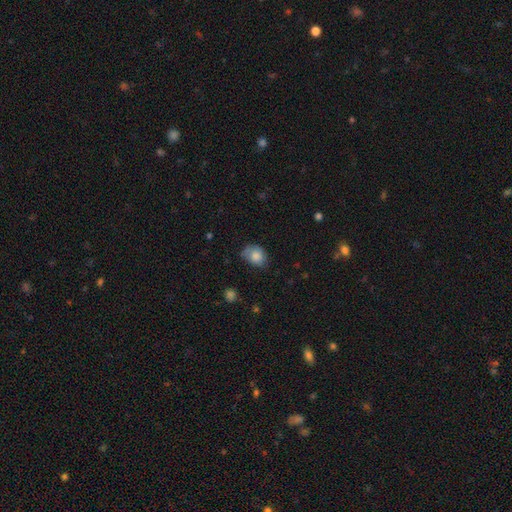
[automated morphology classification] This appears to be a smooth galaxy with no disk features (79%) that is in between round and cigar-shaped (62%). Merging: none (54%).